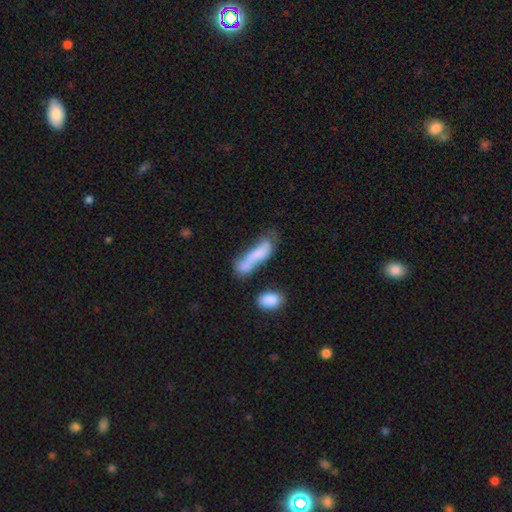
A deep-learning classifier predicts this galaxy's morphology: A smooth galaxy with no disk features (62%) that is cigar-shaped (59%). Merging: merger (37%).